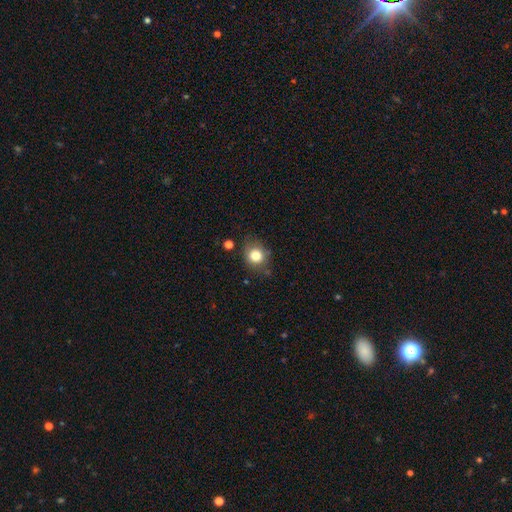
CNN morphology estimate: Smooth or featured? smooth (80%)
How rounded? round (75%)
Merging? none (76%)